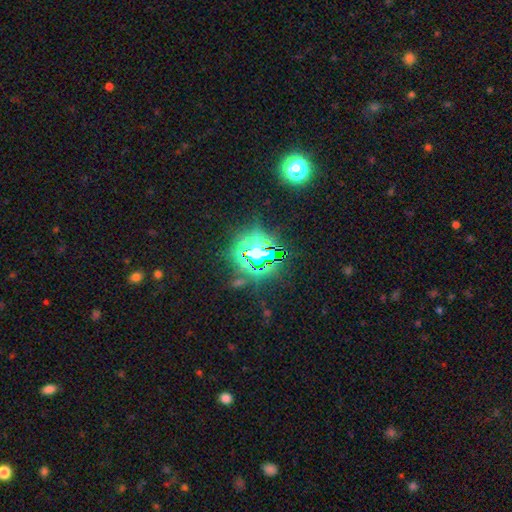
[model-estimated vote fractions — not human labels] This is likely a star or artifact rather than a galaxy (76%).